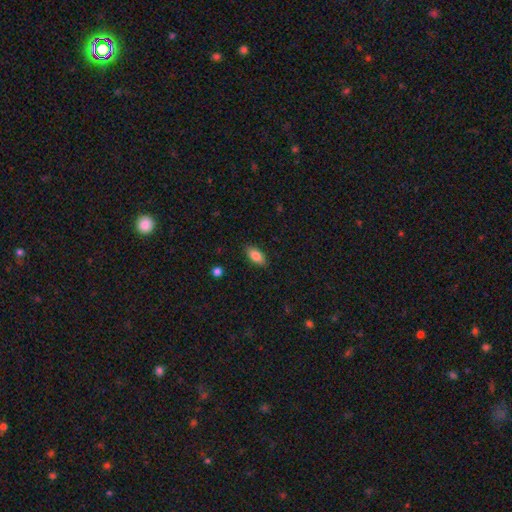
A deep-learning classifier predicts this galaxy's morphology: Smooth or featured? Predicted: smooth (p=0.85). How rounded? Predicted: in between (p=0.89). Merging? Predicted: none (p=0.87).